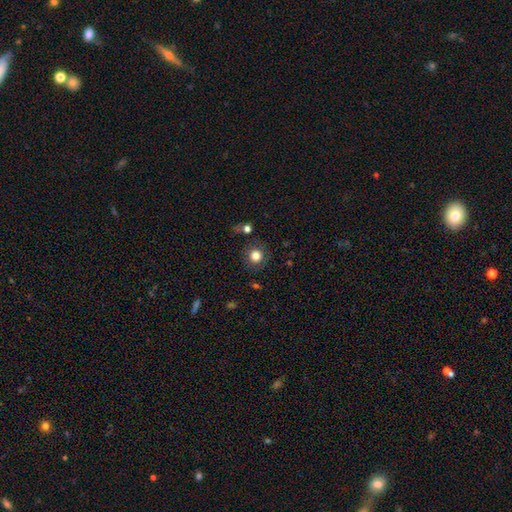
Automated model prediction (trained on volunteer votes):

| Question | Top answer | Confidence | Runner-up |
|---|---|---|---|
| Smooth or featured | smooth | 80% | star or artifact (11%) |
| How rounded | round | 90% | in between (9%) |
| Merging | none | 85% | minor disturbance (9%) |